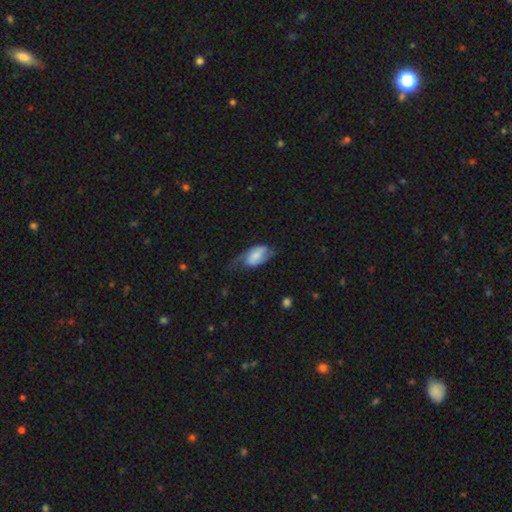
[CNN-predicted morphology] smooth 51%, featured or disk 42%, star or artifact 7%. Down the decision tree: how rounded — in between (92%); merging — none (38%).